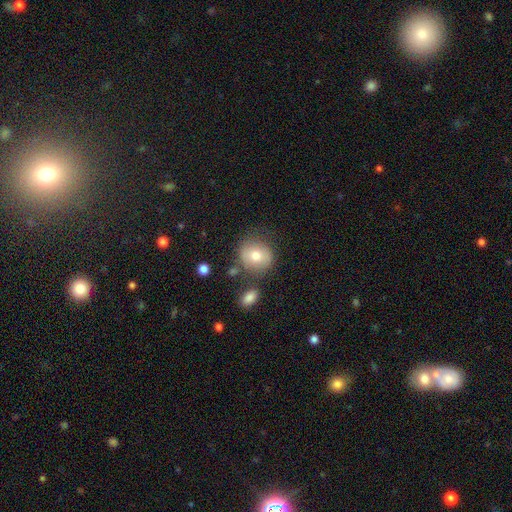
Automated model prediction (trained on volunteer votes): Smooth or featured? smooth (71%)
How rounded? round (79%)
Merging? none (71%)